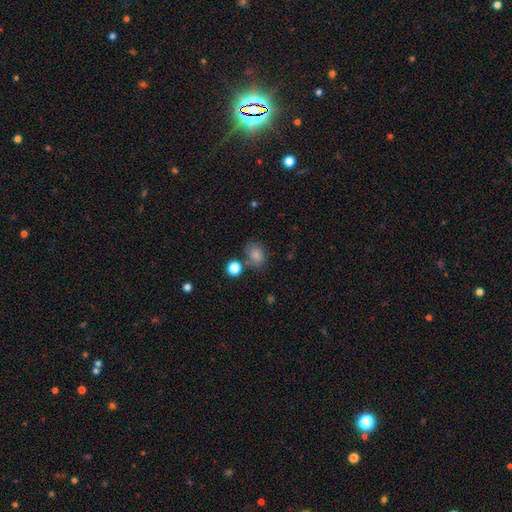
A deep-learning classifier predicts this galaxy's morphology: A smooth galaxy with no disk features (73%) that is in between round and cigar-shaped (55%). Merging: none (69%).